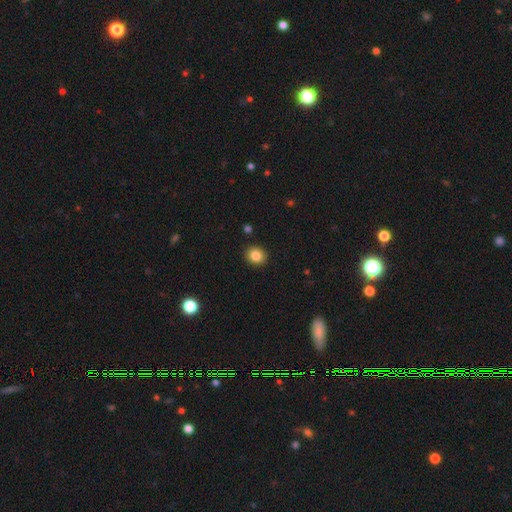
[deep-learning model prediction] smooth 85%, star or artifact 10%, featured or disk 6%. Down the decision tree: how rounded — round (76%); merging — none (91%).